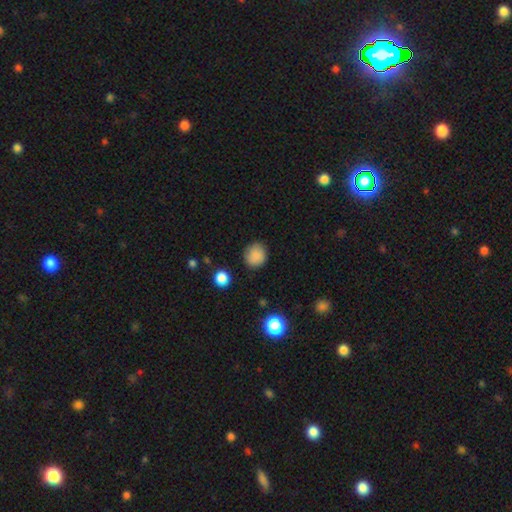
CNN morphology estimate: Q: Smooth or featured?
A: smooth (87%); runner-up: star or artifact (10%)
Q: How rounded?
A: round (84%); runner-up: in between (15%)
Q: Merging?
A: none (85%); runner-up: minor disturbance (11%)